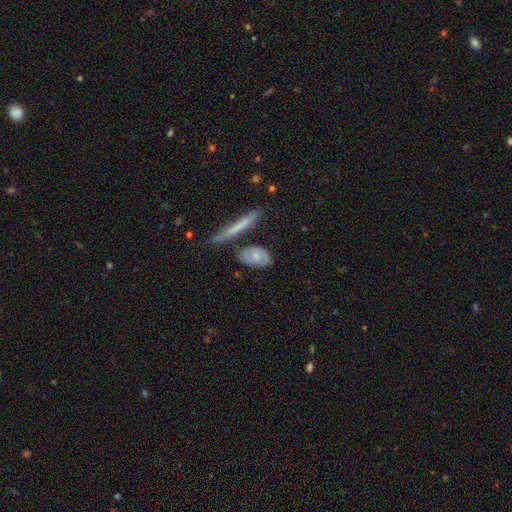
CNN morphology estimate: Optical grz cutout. It shows a featured or disk galaxy (59%) with no bar (68%), spiral arms (86%) and a small central bulge (44%). Merging: none (69%).